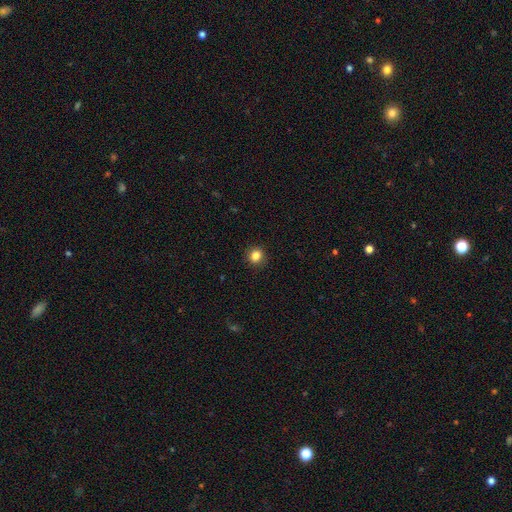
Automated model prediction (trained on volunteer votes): smooth 85%, star or artifact 11%, featured or disk 4%. Down the decision tree: how rounded — round (82%); merging — none (91%).